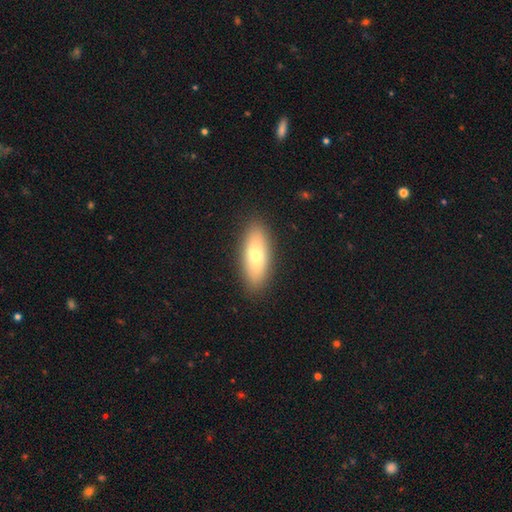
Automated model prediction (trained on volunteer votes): A smooth galaxy with no disk features (70%) that is in between round and cigar-shaped (67%).

Vote fractions:
- Smooth or featured? smooth: 70% / featured or disk: 24% / star or artifact: 7%
- How rounded? in between: 67% / cigar-shaped: 31% / round: 3%
- Merging? none: 90% / minor disturbance: 8% / major disturbance: 2% / merger: 1%